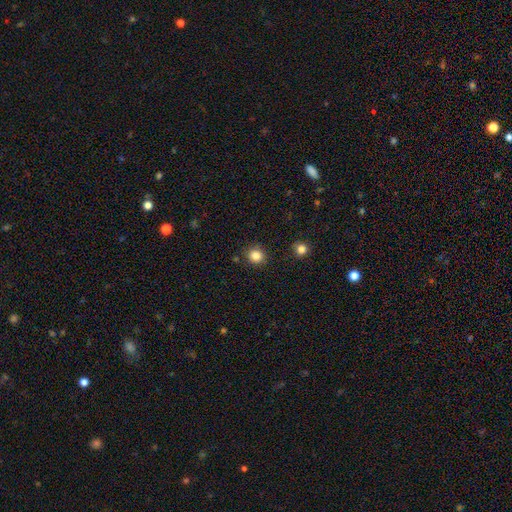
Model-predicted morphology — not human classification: smooth_or_featured: smooth (p=0.85) [alt: star or artifact p=0.11]
how_rounded: round (p=0.88) [alt: in between p=0.12]
merging: none (p=0.88) [alt: minor disturbance p=0.08]